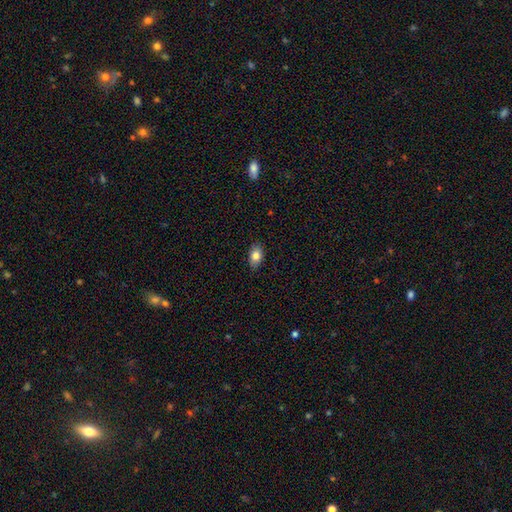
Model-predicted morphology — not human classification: smooth 83%, featured or disk 9%, star or artifact 8%. Down the decision tree: how rounded — in between (86%); merging — none (85%).